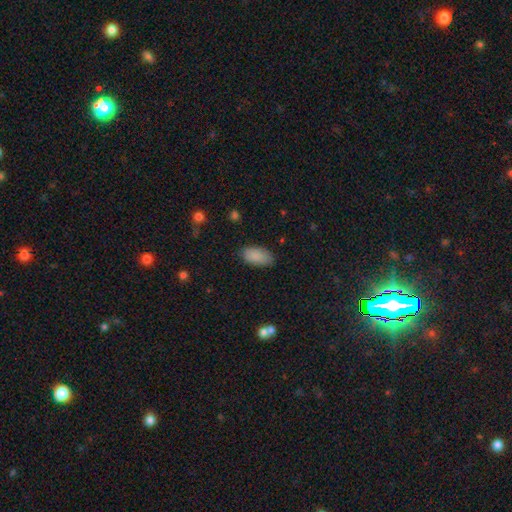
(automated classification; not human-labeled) The model was most divided on "merging": none: 82%, minor disturbance: 13%, major disturbance: 3%, merger: 1%. More confident: how rounded — in between (94%); smooth or featured — smooth (88%).